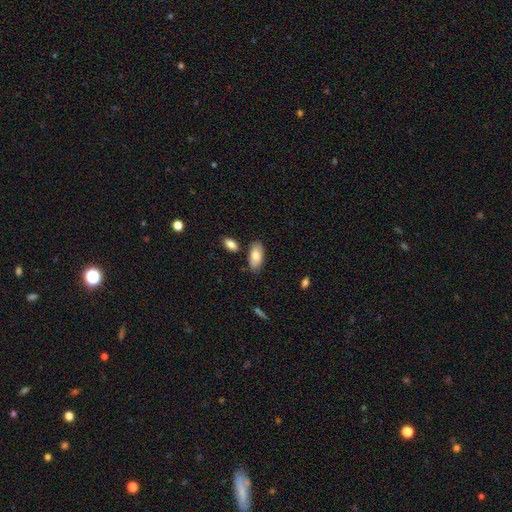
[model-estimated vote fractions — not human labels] Smooth or featured? smooth (82%)
How rounded? in between (92%)
Merging? none (80%)